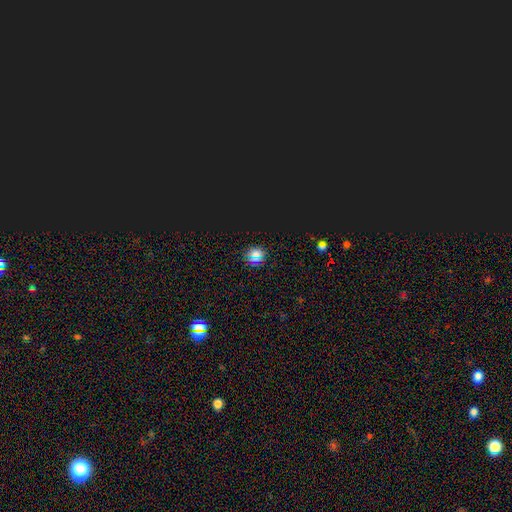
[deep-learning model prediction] smooth-or-featured: star or artifact: 54% | smooth: 39% | featured or disk: 7%